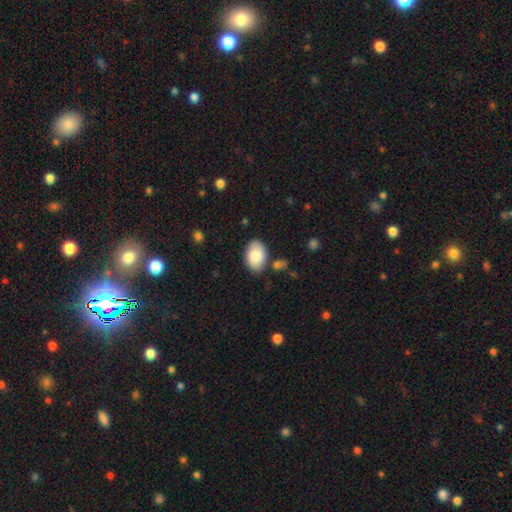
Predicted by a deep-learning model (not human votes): This is clearly a smooth galaxy (84%). How rounded: clearly in between (90%). Merging: likely none (77%).